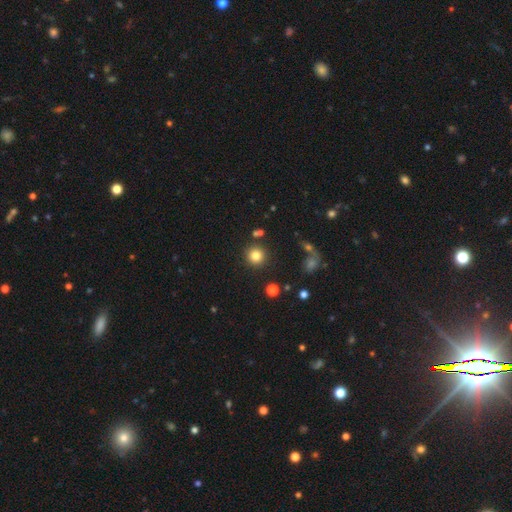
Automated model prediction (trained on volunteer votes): Smooth or featured? Predicted: smooth (p=0.81). How rounded? Predicted: round (p=0.94). Merging? Predicted: none (p=0.86).